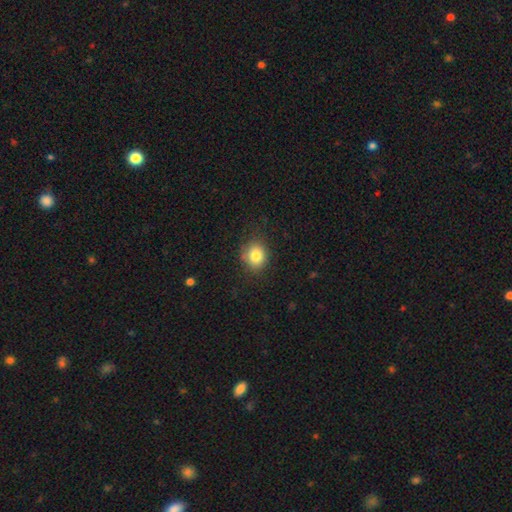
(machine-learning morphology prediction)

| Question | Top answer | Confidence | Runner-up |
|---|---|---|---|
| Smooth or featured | smooth | 83% | star or artifact (10%) |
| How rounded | round | 74% | in between (25%) |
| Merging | none | 80% | minor disturbance (15%) |